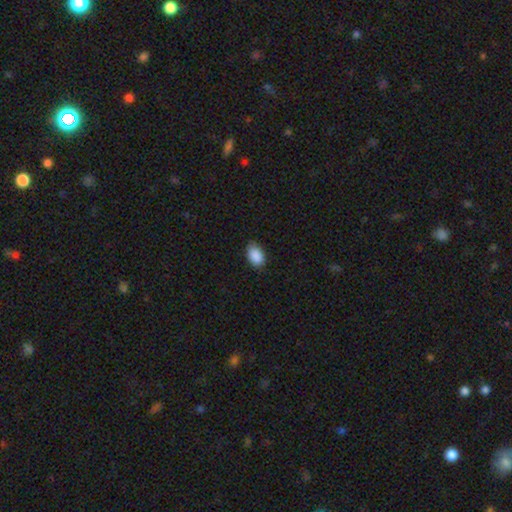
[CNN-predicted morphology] Smooth or featured: smooth — 90% (star or artifact — 7%)
How rounded: in between — 88% (round — 11%)
Merging: none — 79% (minor disturbance — 17%)